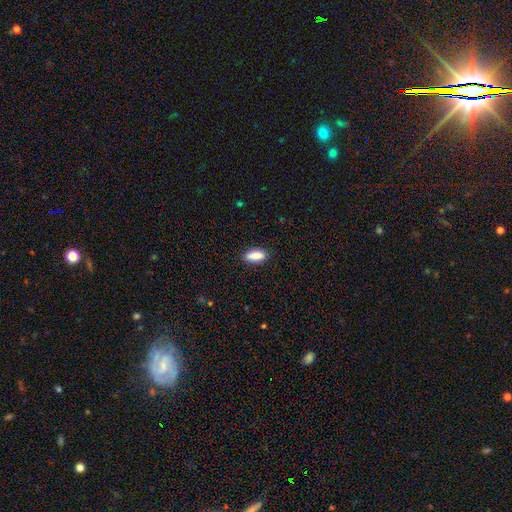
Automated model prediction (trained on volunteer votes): A smooth galaxy with no disk features (88%) that is in between round and cigar-shaped (79%). Merging: none (88%).